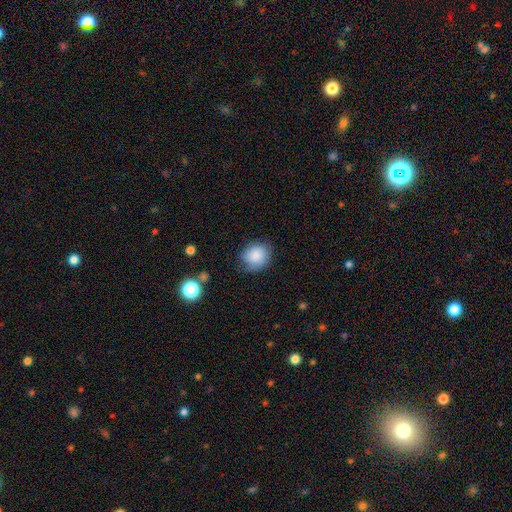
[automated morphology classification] Smooth or featured? Predicted: smooth (p=0.84). How rounded? Predicted: round (p=0.72). Merging? Predicted: none (p=0.71).